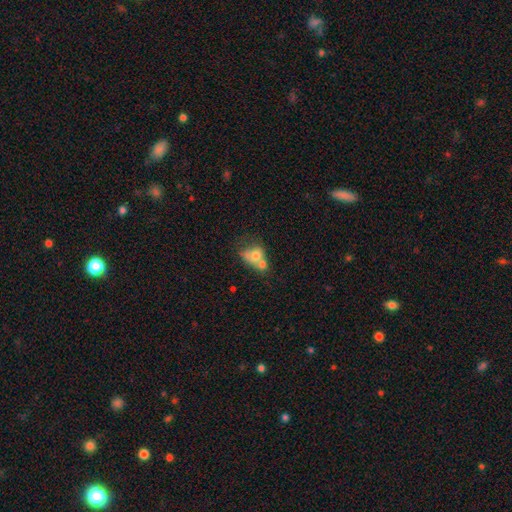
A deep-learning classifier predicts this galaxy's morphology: Smooth or featured? smooth (64%)
How rounded? round (50%)
Merging? merger (65%)